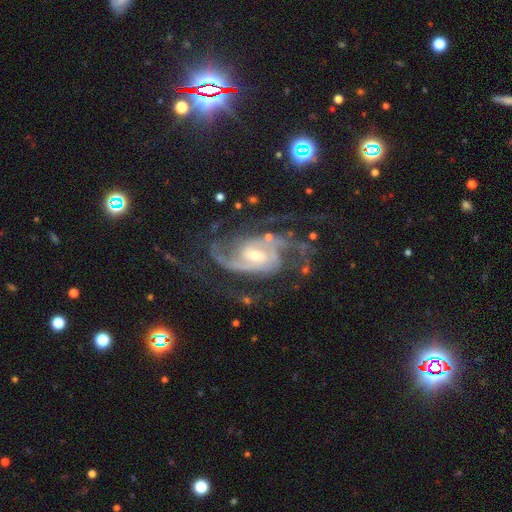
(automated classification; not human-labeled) Smooth or featured: featured or disk — 91% (star or artifact — 5%)
Edge-on disk: no — 97% (yes — 3%)
Bar: weak — 44% (no — 39%)
Spiral arms: yes — 98% (no — 2%)
Spiral winding: medium — 51% (tight — 29%)
Spiral arm count: 2 — 46% (3 — 21%)
Bulge size: small — 56% (moderate — 38%)
Merging: none — 58% (major disturbance — 22%)